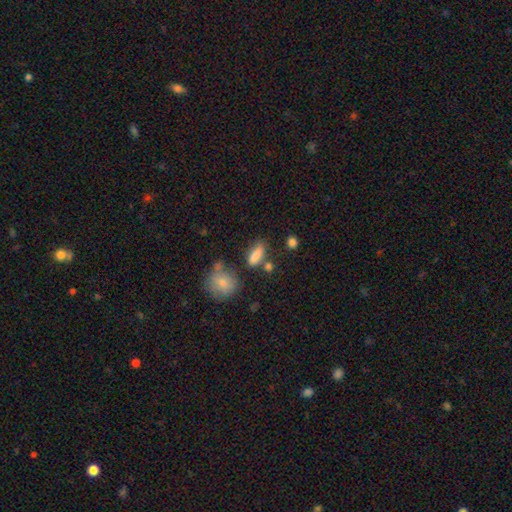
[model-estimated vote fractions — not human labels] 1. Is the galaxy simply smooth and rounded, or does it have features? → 83% smooth, 9% star or artifact, 8% featured or disk.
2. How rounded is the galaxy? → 68% in between, 26% cigar-shaped, 6% round.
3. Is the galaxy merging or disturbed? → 62% none, 19% minor disturbance, 12% merger, 7% major disturbance.